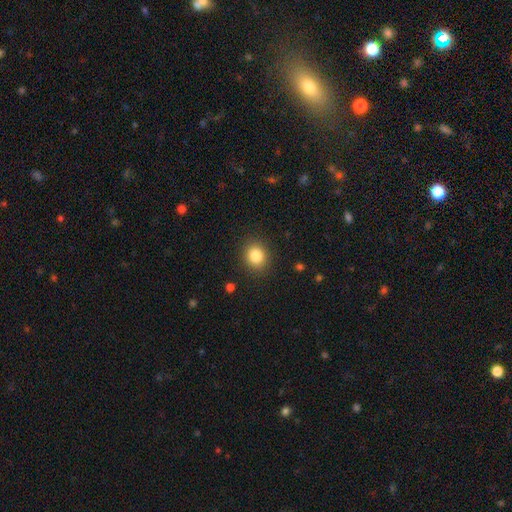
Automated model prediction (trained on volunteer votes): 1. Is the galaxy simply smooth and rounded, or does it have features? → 84% smooth, 10% star or artifact, 6% featured or disk.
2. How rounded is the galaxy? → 76% round, 23% in between, 1% cigar-shaped.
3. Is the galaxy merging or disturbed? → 89% none, 8% minor disturbance, 3% major disturbance, 1% merger.